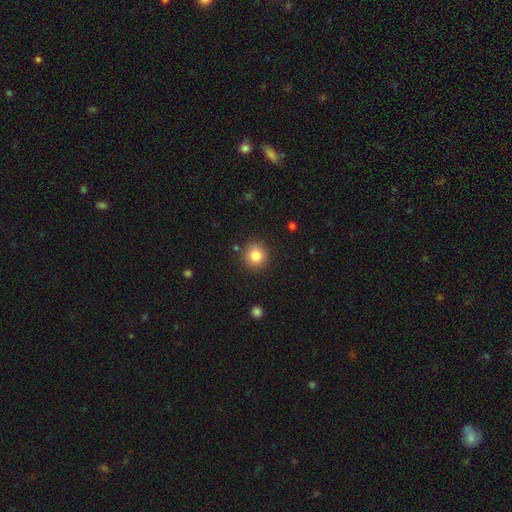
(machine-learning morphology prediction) The model was most divided on "smooth or featured": smooth: 83%, star or artifact: 11%, featured or disk: 7%. More confident: how rounded — round (92%); merging — none (88%).